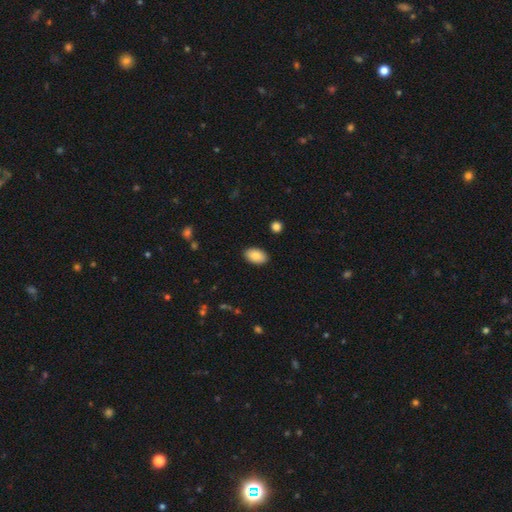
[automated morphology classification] type=smooth (85%); roundness=in between (93%); merging=none (89%).